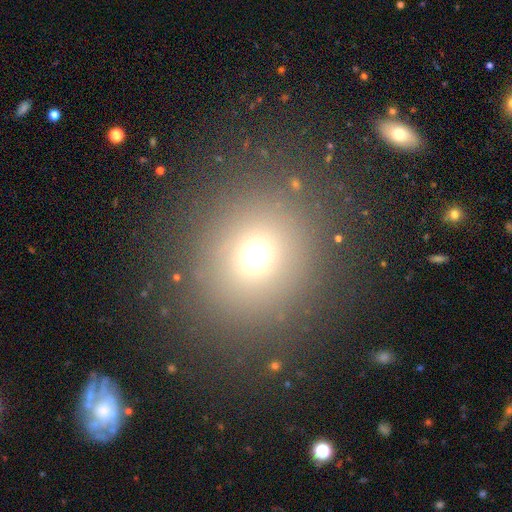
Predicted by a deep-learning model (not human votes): smooth-or-featured: smooth: 66% | star or artifact: 25% | featured or disk: 9%
  how-rounded: round: 86% | in between: 13% | cigar-shaped: 1%
  merging: none: 86% | minor disturbance: 7% | major disturbance: 4% | merger: 3%